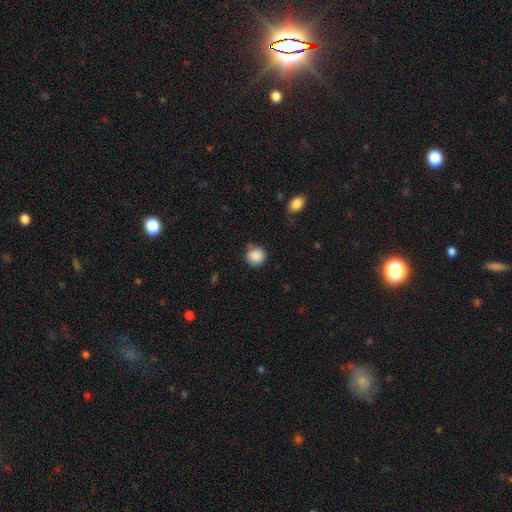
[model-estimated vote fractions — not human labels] smooth 88%, star or artifact 9%, featured or disk 4%. Down the decision tree: how rounded — round (92%); merging — none (76%).